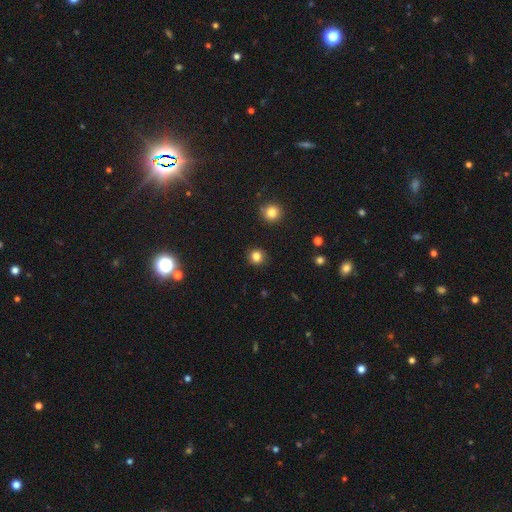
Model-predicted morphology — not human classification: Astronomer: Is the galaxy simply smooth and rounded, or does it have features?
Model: smooth — 83%.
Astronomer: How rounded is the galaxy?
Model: round — 92%.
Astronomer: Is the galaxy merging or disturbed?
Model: none — 91%.